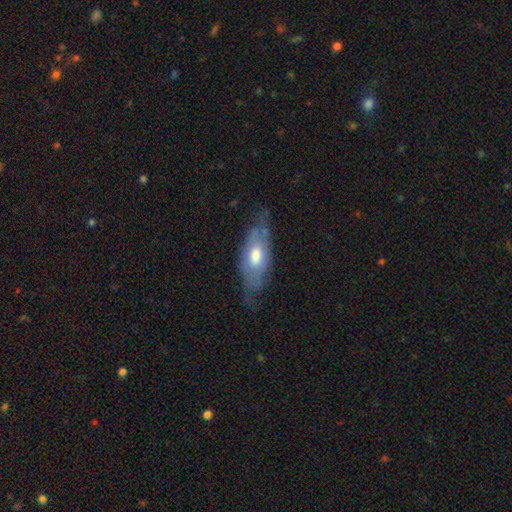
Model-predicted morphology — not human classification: type=featured or disk (51%); edge-on=no (65%); merging=none (61%).